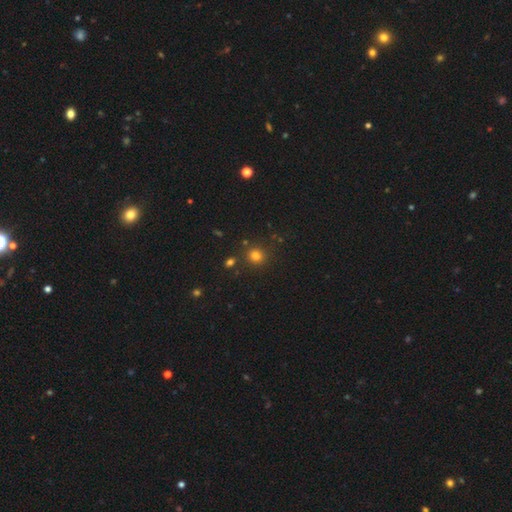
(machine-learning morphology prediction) This appears to be a smooth galaxy with no disk features (78%) that is round (88%). Merging: none (83%).